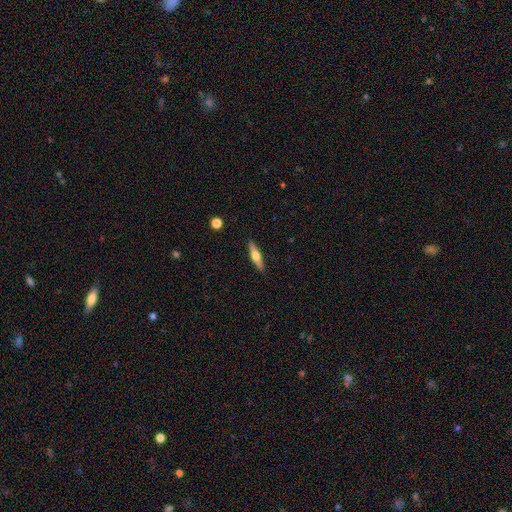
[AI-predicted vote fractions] featured or disk 56%, smooth 38%, star or artifact 6%. Down the decision tree: edge-on disk — yes (95%); edge-on bulge — rounded (94%); merging — none (90%).